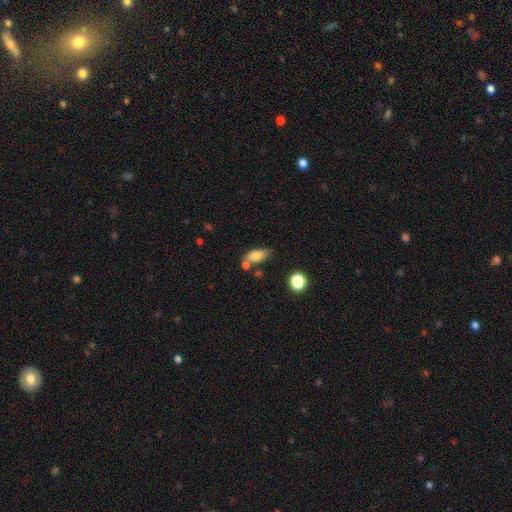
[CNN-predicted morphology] A smooth galaxy with no disk features (77%) that is in between round and cigar-shaped (84%). Merging: none (53%).